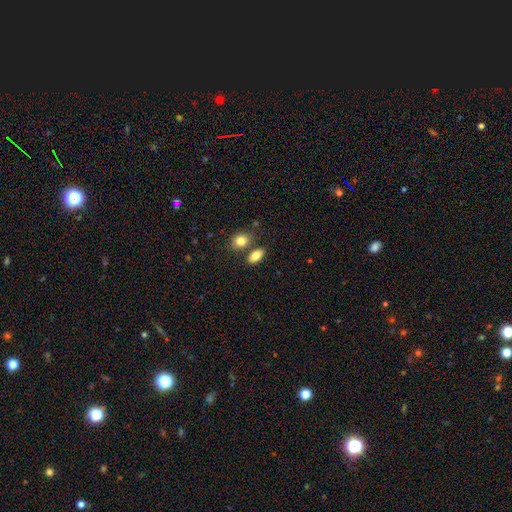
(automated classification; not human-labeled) A smooth galaxy with no disk features (84%) that is in between round and cigar-shaped (87%). Merging: none (68%).